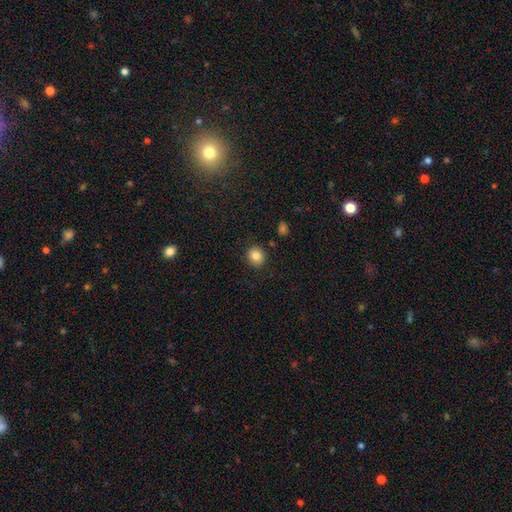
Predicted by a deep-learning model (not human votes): This appears to be a smooth galaxy with no disk features (83%) that is round (87%). Merging: none (89%).